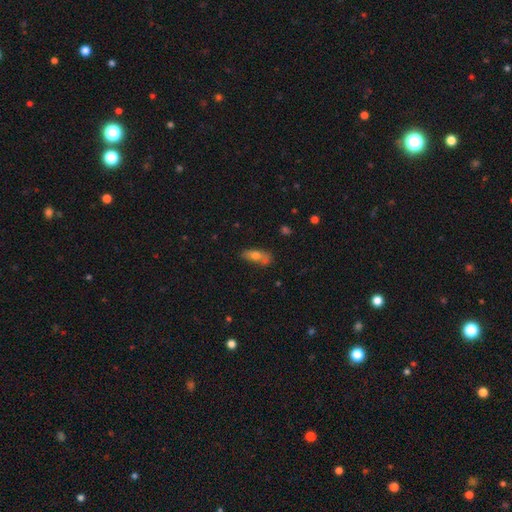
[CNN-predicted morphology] A smooth galaxy with no disk features (67%) that is in between round and cigar-shaped (69%). Merging: none (54%).